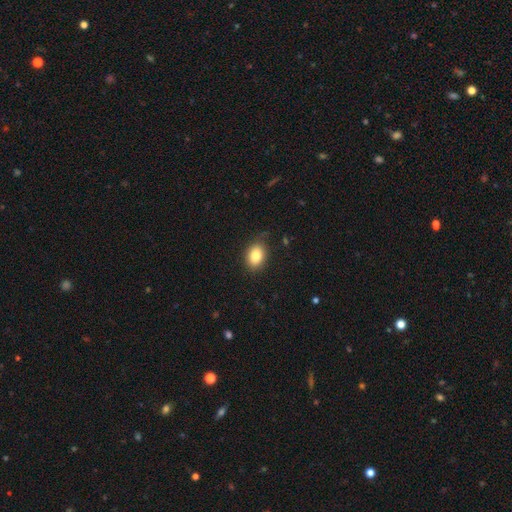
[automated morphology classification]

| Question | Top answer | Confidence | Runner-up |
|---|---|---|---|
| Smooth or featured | smooth | 84% | star or artifact (8%) |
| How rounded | in between | 75% | round (24%) |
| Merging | none | 80% | minor disturbance (15%) |